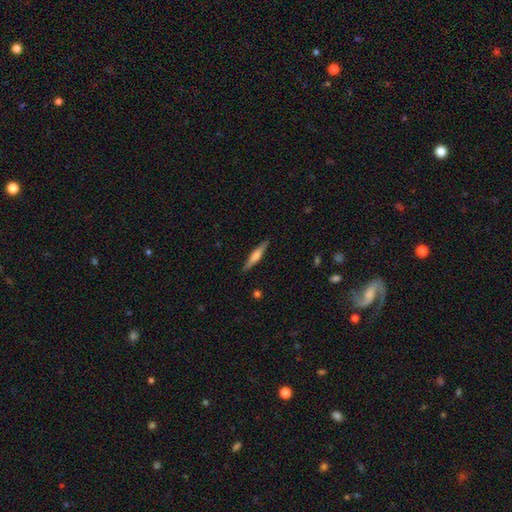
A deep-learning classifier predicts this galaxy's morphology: Smooth or featured: smooth — 47% (tied with featured or disk — 47%)
Merging: none — 89% (minor disturbance — 8%)